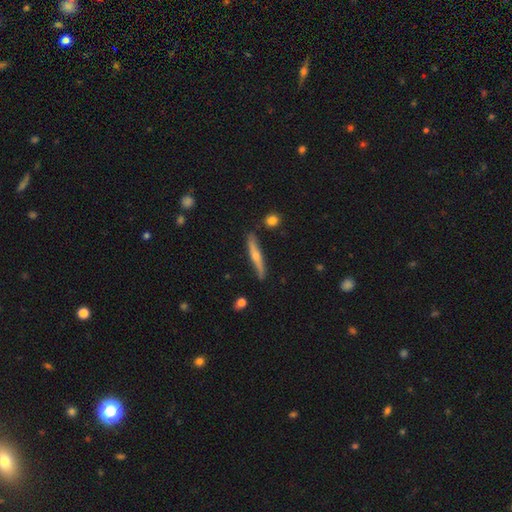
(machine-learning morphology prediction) featured or disk 57%, smooth 37%, star or artifact 5%. Down the decision tree: edge-on disk — yes (92%); edge-on bulge — rounded (83%); merging — none (80%).